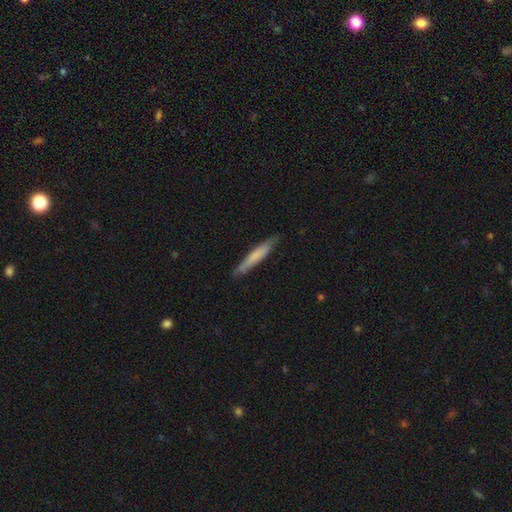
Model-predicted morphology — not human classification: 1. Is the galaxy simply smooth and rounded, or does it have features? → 65% smooth, 29% featured or disk, 5% star or artifact.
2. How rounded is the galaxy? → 93% cigar-shaped, 6% in between, 1% round.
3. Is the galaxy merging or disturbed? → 82% none, 14% minor disturbance, 2% major disturbance, 1% merger.